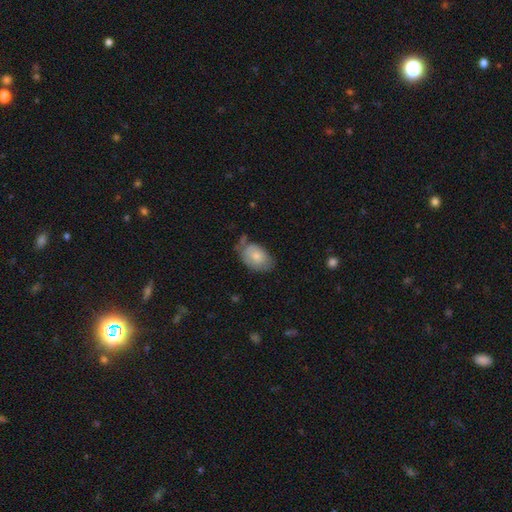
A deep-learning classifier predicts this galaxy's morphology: This is likely a smooth galaxy (75%). How rounded: clearly in between (89%). Merging: possibly none (51%).